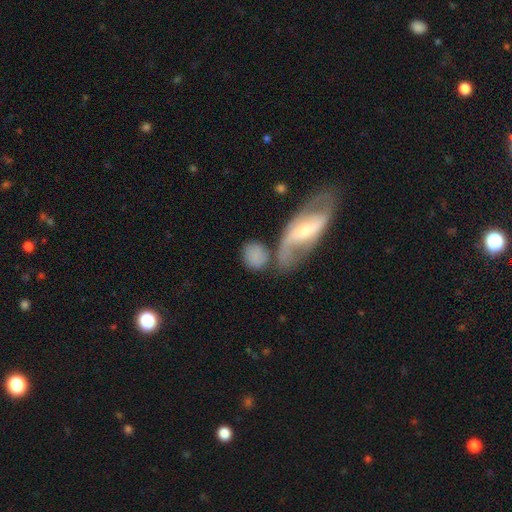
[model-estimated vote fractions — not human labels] This appears to be a smooth galaxy with no disk features (75%) that is round (51%). Merging: none (45%).